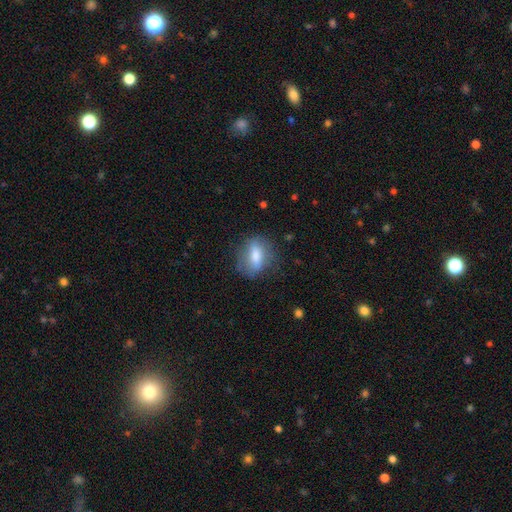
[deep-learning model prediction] Overall: smooth (70%). How rounded: in between (71%). Merging: none (71%).